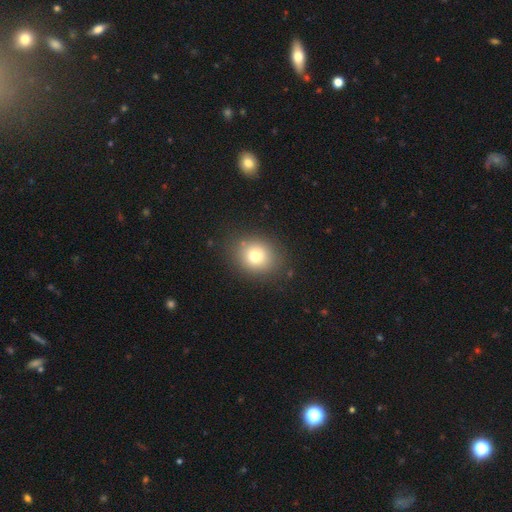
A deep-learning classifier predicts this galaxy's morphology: Overall: smooth (75%). How rounded: round (68%; in between 32%). Merging: none (84%).